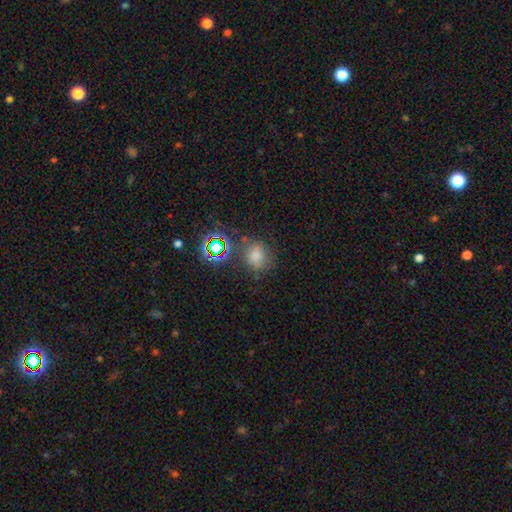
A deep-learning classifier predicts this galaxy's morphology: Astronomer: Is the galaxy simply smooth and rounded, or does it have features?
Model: smooth — 68%.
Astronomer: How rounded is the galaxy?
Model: round — 70%.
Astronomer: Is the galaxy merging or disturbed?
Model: none — 68%.